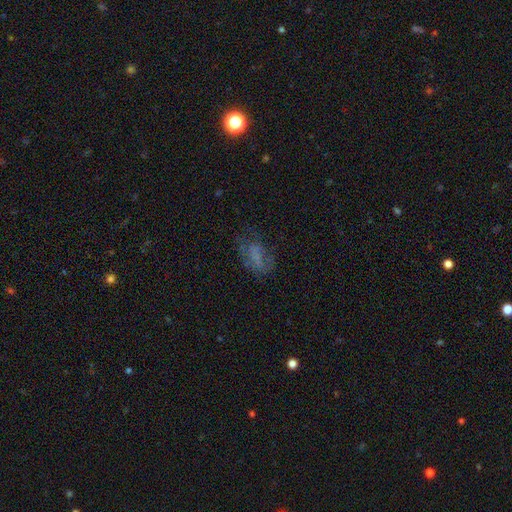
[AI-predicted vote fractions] Q: Smooth or featured?
A: smooth (49%); runner-up: featured or disk (34%)
Q: Merging?
A: none (47%); runner-up: major disturbance (27%)